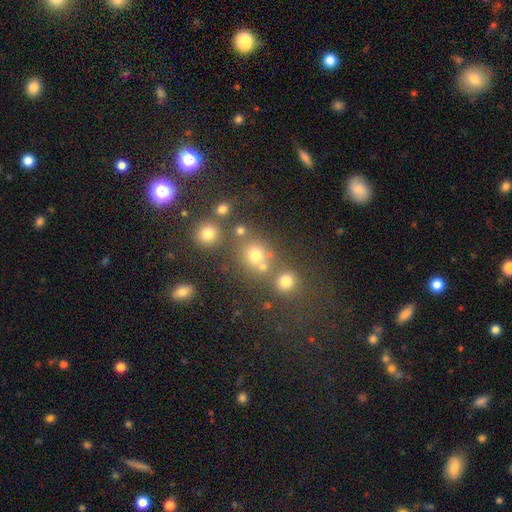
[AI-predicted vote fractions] Morphology: type=smooth (68%); roundness=round (81%); merging=none (62%).